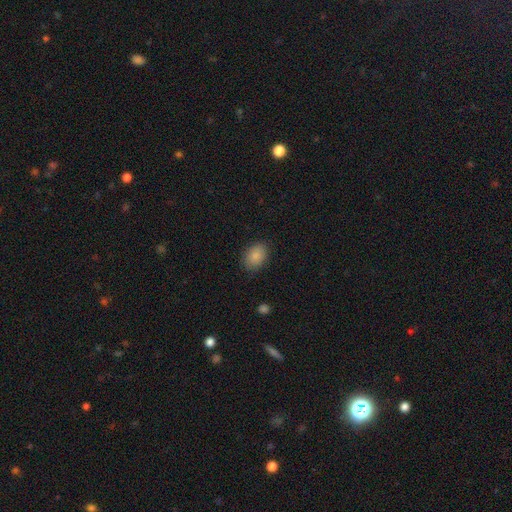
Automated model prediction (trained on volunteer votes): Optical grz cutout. It shows a smooth galaxy with no disk features (87%) that is in between round and cigar-shaped (80%). Merging: none (85%).